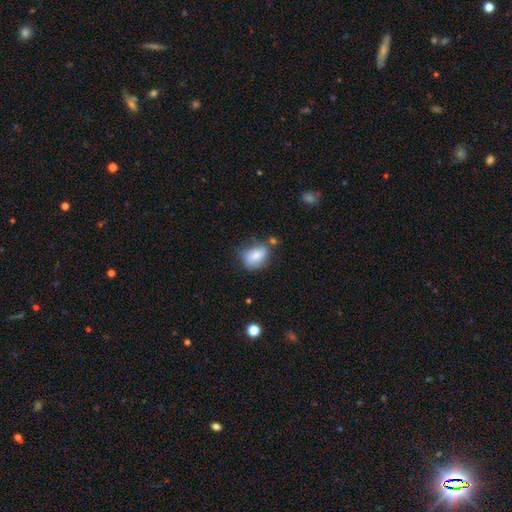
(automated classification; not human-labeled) A smooth galaxy with no disk features (72%) that is in between round and cigar-shaped (72%).

Vote fractions:
- Smooth or featured? smooth: 72% / featured or disk: 20% / star or artifact: 8%
- How rounded? in between: 72% / round: 26% / cigar-shaped: 2%
- Merging? none: 51% / minor disturbance: 30% / major disturbance: 10% / merger: 9%